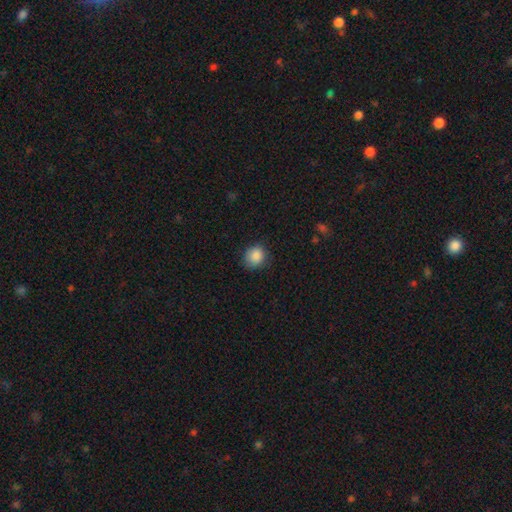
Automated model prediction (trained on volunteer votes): This appears to be a smooth galaxy with no disk features (88%) that is round (76%). Merging: none (81%).